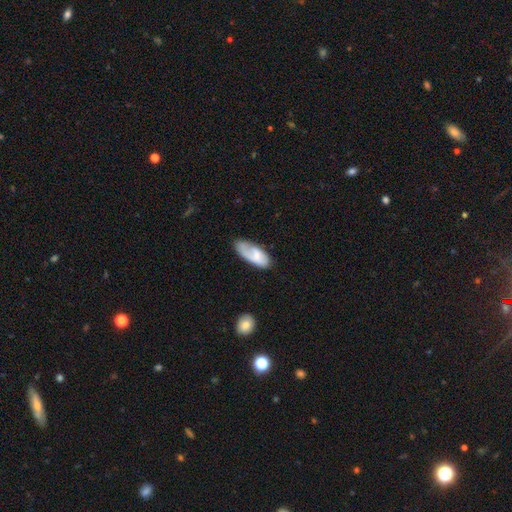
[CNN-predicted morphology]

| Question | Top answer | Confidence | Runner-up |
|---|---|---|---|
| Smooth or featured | smooth | 60% | featured or disk (34%) |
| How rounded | in between | 83% | cigar-shaped (15%) |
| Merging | none | 50% | minor disturbance (31%) |